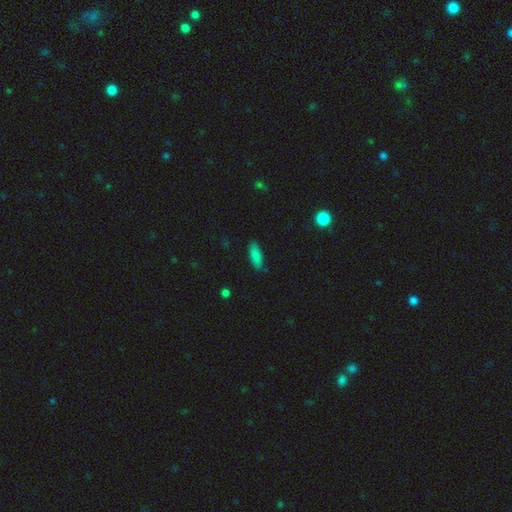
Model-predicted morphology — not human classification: A smooth galaxy with no disk features (84%) that is in between round and cigar-shaped (70%).

Vote fractions:
- Smooth or featured? smooth: 84% / star or artifact: 9% / featured or disk: 7%
- How rounded? in between: 70% / cigar-shaped: 28% / round: 2%
- Merging? none: 78% / minor disturbance: 17% / major disturbance: 3% / merger: 2%